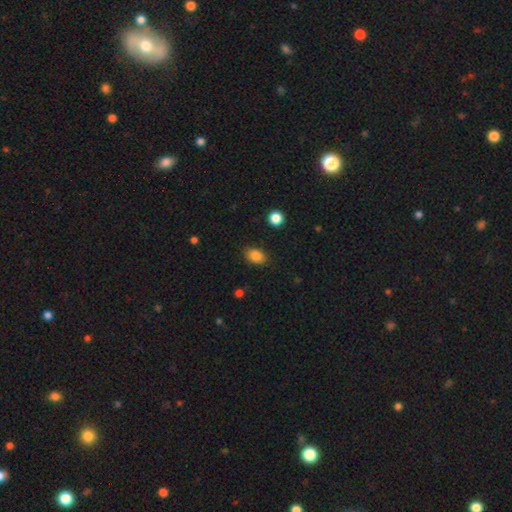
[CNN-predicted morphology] Overall: smooth (86%). How rounded: in between (79%). Merging: none (86%).